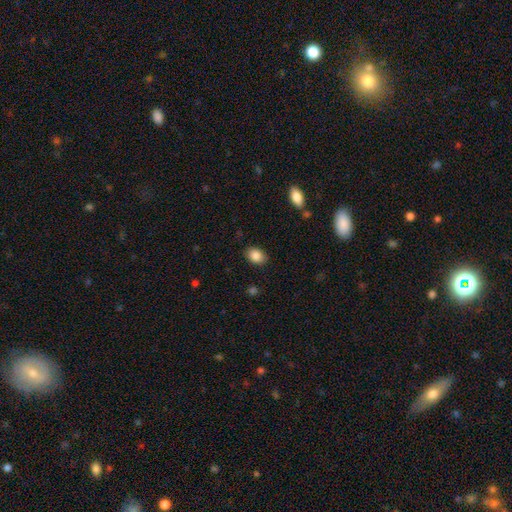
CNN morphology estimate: Smooth or featured?
  - smooth: 86% *
  - star or artifact: 8%
  - featured or disk: 5%
How rounded?
  - in between: 79% *
  - round: 20%
  - cigar-shaped: 1%
Merging?
  - none: 88% *
  - minor disturbance: 9%
  - major disturbance: 2%
  - merger: 1%